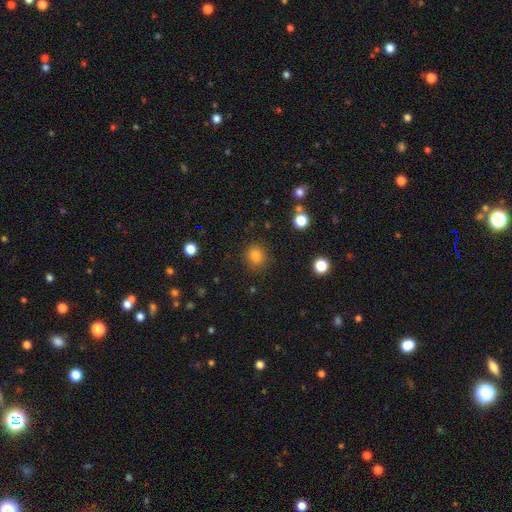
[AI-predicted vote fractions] smooth_or_featured: smooth (p=0.81) [alt: star or artifact p=0.13]
how_rounded: round (p=0.88) [alt: in between p=0.11]
merging: none (p=0.86) [alt: minor disturbance p=0.09]